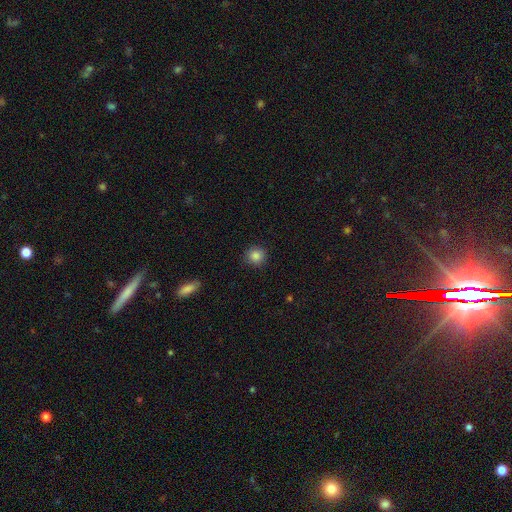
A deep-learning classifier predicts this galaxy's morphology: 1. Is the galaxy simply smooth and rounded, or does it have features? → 85% smooth, 11% star or artifact, 4% featured or disk.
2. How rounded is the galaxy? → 92% round, 7% in between, 1% cigar-shaped.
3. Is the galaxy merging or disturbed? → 89% none, 7% minor disturbance, 2% major disturbance, 1% merger.